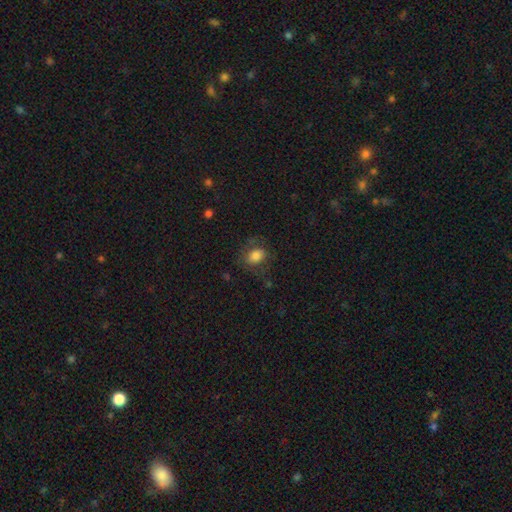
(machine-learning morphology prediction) smooth_or_featured: smooth (p=0.75) [alt: featured or disk p=0.15]
how_rounded: in between (p=0.60) [alt: round p=0.38]
merging: none (p=0.65) [alt: minor disturbance p=0.19]